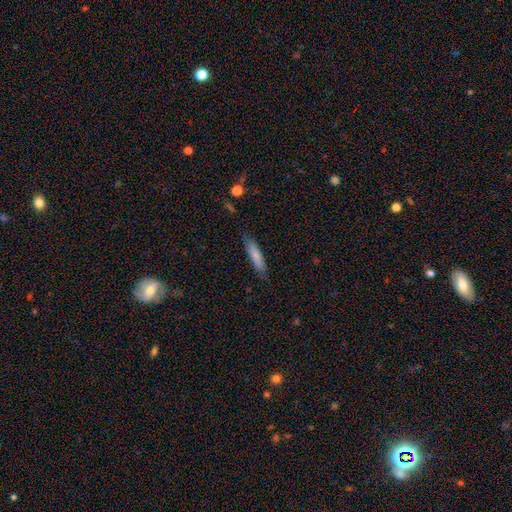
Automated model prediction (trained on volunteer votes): Smooth or featured? Predicted: smooth (p=0.76). How rounded? Predicted: cigar-shaped (p=0.77). Merging? Predicted: none (p=0.81).